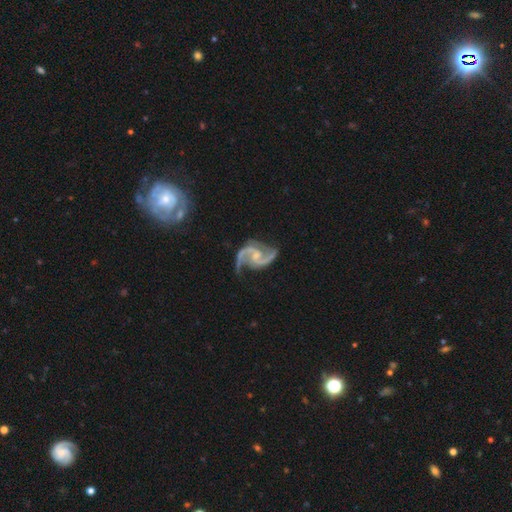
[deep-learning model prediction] smooth-or-featured: featured or disk: 94% | star or artifact: 4% | smooth: 2%
  disk-edge-on: no: 98% | yes: 2%
    bar: weak: 45% | no: 42% | strong: 14%
    has-spiral-arms: yes: 98% | no: 2%
      spiral-winding: medium: 52% | loose: 38% | tight: 10%
      spiral-arm-count: 2: 92% | 3: 2% | can't tell: 2% | 1: 1% | 4: 1% | more than 4: 1%
    bulge-size: small: 56% | moderate: 28% | none: 13% | large: 2% | dominant: 1%
  merging: none: 68% | minor disturbance: 19% | major disturbance: 10% | merger: 3%